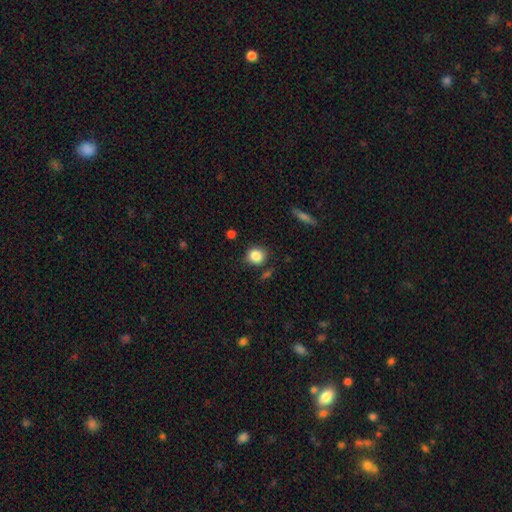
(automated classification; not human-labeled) Smooth or featured? smooth (85%)
How rounded? round (79%)
Merging? none (80%)